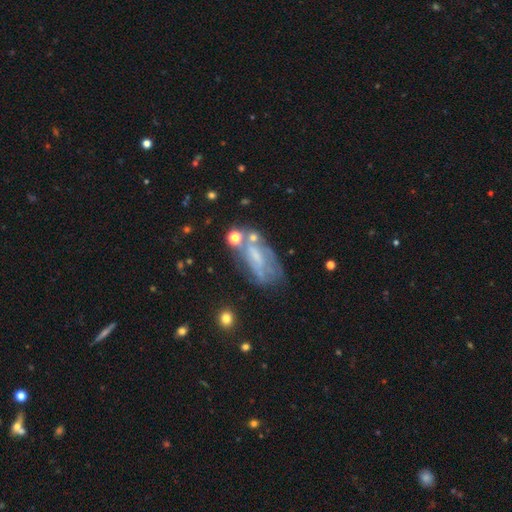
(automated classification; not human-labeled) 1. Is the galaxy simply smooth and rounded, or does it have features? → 59% featured or disk, 28% smooth, 12% star or artifact.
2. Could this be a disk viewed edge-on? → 87% no, 13% yes.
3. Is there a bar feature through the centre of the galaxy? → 50% no, 33% weak, 18% strong.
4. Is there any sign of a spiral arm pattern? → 55% no, 45% yes.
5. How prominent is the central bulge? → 40% small, 34% none, 21% moderate, 3% large, 1% dominant.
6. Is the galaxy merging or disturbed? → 44% none, 24% minor disturbance, 20% major disturbance, 13% merger.